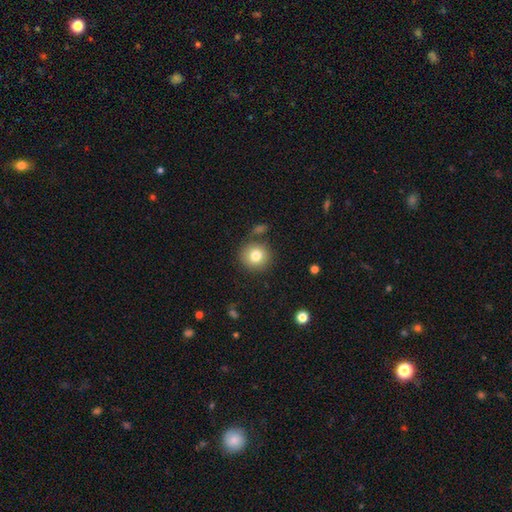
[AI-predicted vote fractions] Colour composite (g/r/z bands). It shows a smooth galaxy with no disk features (79%) that is round (90%). Merging: none (79%).